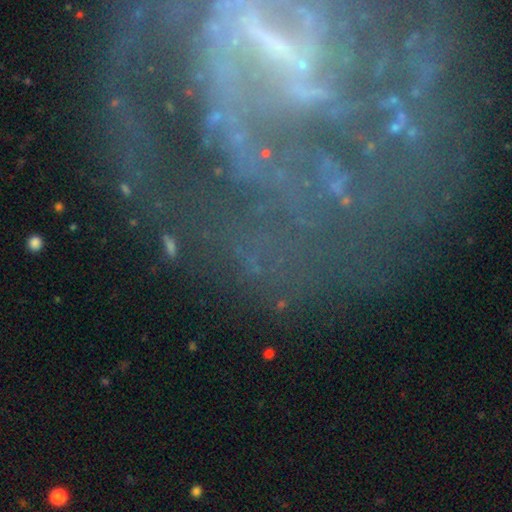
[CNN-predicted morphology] Smooth or featured? Predicted: featured or disk (p=0.74). Edge-on disk? Predicted: no (p=0.95). Bar? Predicted: strong (p=0.38). Spiral arms? Predicted: yes (p=0.72). Spiral winding? Predicted: tight (p=0.37). Spiral arm count? Predicted: can't tell (p=0.34). Bulge size? Predicted: small (p=0.44). Merging? Predicted: none (p=0.50).